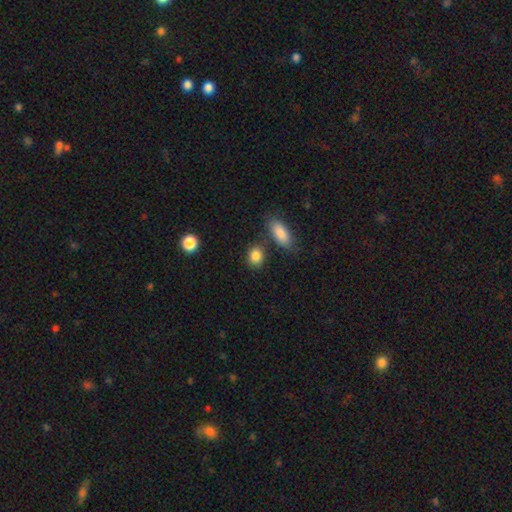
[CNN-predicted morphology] This appears to be a smooth galaxy with no disk features (87%) that is in between round and cigar-shaped (50%). Merging: none (75%).